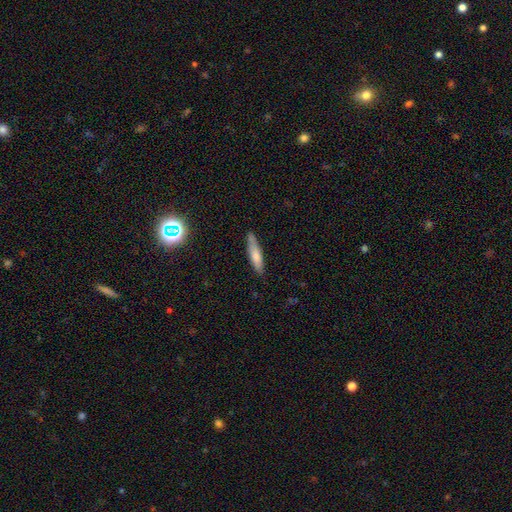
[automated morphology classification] This is likely a smooth galaxy (72%). How rounded: clearly cigar-shaped (83%). Merging: clearly none (80%).